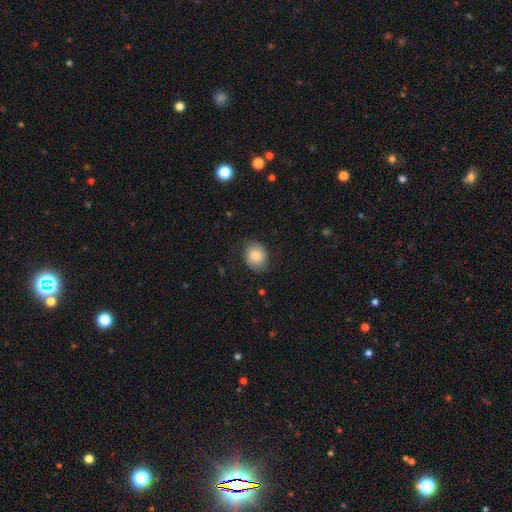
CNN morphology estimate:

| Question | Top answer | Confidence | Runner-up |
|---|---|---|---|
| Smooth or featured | smooth | 75% | featured or disk (17%) |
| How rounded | round | 59% | in between (40%) |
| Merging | none | 74% | minor disturbance (19%) |